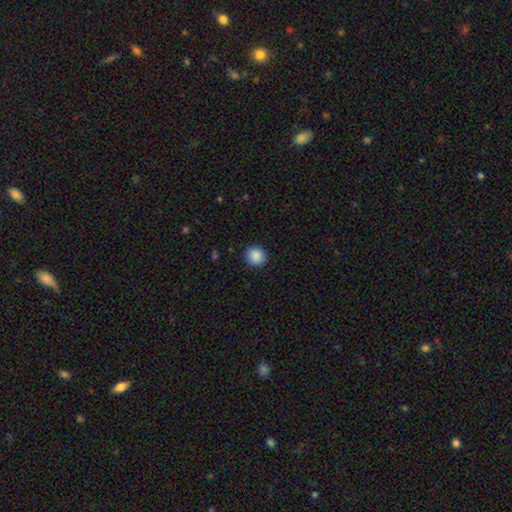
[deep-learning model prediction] Smooth or featured: smooth — 88% (star or artifact — 8%)
How rounded: round — 90% (in between — 9%)
Merging: none — 91% (minor disturbance — 6%)